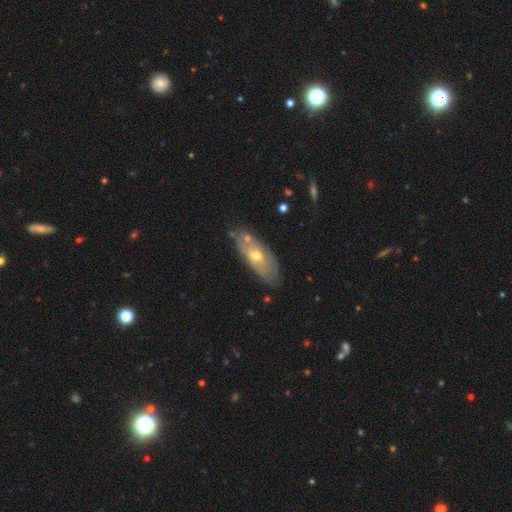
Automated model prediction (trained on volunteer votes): Morphology: type=featured or disk (54%); edge-on=no (77%); merging=none (69%).